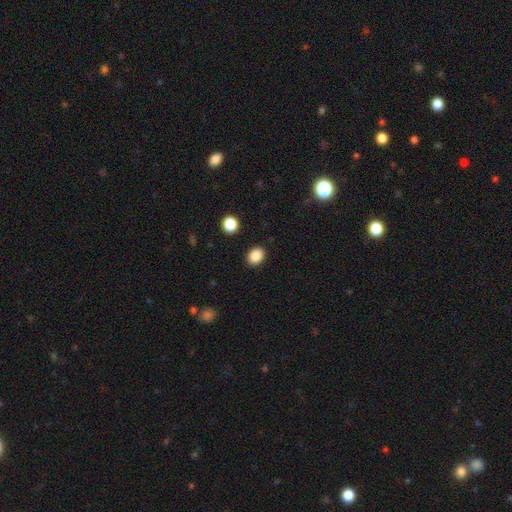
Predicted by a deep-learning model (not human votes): Morphology: type=smooth (87%); roundness=in between (55%); merging=none (89%).